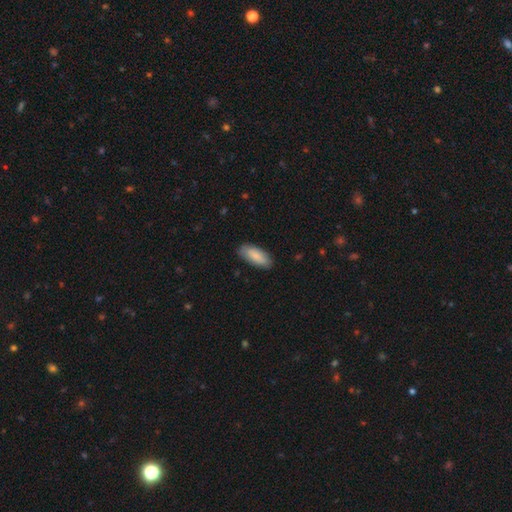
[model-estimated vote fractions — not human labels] A smooth galaxy with no disk features (84%) that is in between round and cigar-shaped (82%).

Vote fractions:
- Smooth or featured? smooth: 84% / featured or disk: 10% / star or artifact: 6%
- How rounded? in between: 82% / cigar-shaped: 16% / round: 2%
- Merging? none: 83% / minor disturbance: 13% / major disturbance: 2% / merger: 1%